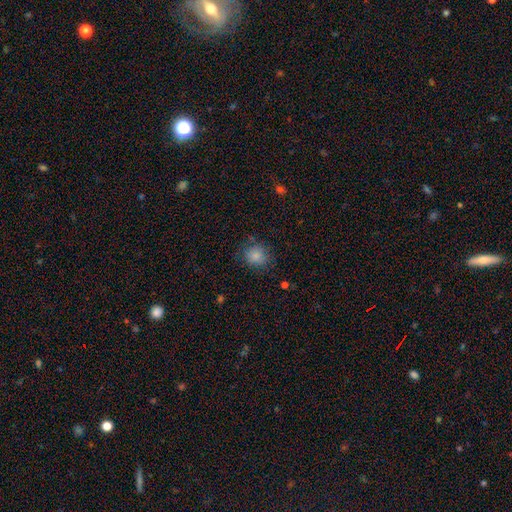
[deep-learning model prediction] smooth-or-featured: smooth: 84% | star or artifact: 10% | featured or disk: 6%
  how-rounded: round: 79% | in between: 21% | cigar-shaped: 1%
  merging: none: 77% | minor disturbance: 16% | major disturbance: 5% | merger: 2%